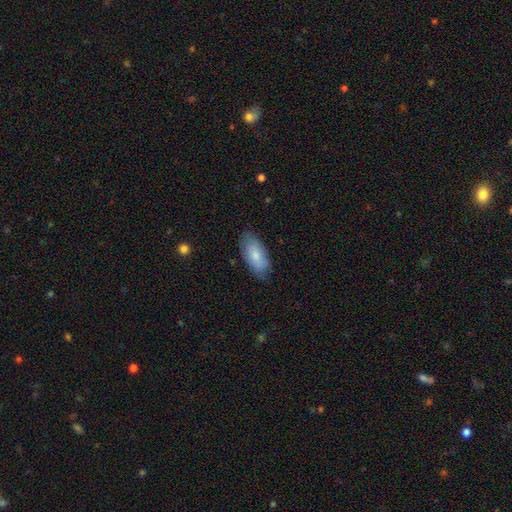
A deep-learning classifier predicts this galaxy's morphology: Smooth or featured: smooth — 76% (featured or disk — 18%)
How rounded: in between — 90% (cigar-shaped — 8%)
Merging: none — 77% (minor disturbance — 18%)